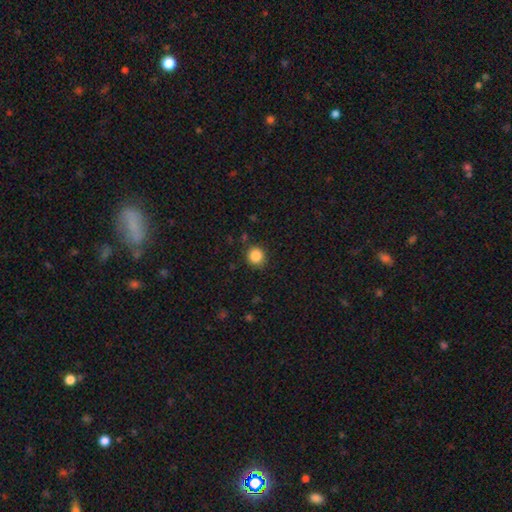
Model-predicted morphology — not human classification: This is clearly a smooth galaxy (86%). How rounded: clearly round (91%). Merging: clearly none (88%).